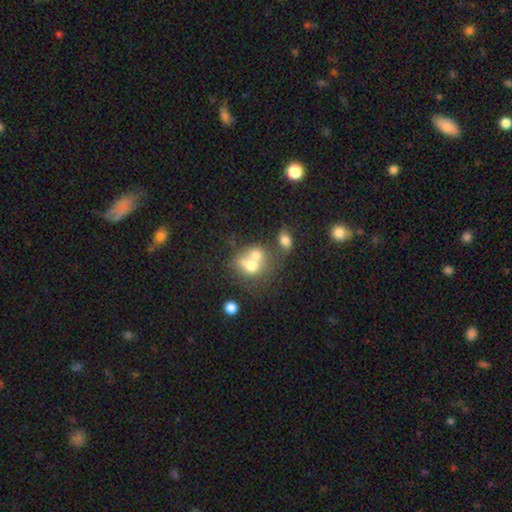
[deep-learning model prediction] smooth-or-featured: smooth: 64% | featured or disk: 25% | star or artifact: 11%
  how-rounded: round: 64% | in between: 35% | cigar-shaped: 1%
  merging: merger: 63% | none: 24% | minor disturbance: 8% | major disturbance: 5%